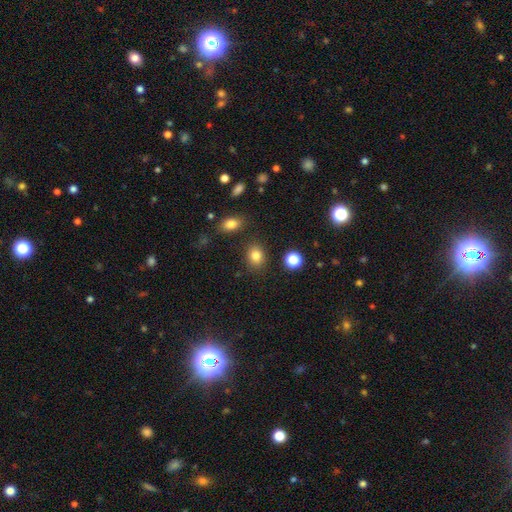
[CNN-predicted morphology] smooth_or_featured: smooth (p=0.82) [alt: star or artifact p=0.12]
how_rounded: in between (p=0.50) [alt: round p=0.49]
merging: none (p=0.83) [alt: minor disturbance p=0.10]